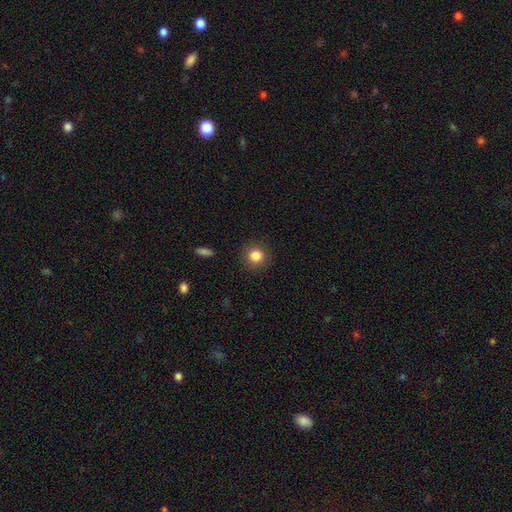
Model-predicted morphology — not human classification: Smooth or featured?
  - smooth: 84% *
  - star or artifact: 10%
  - featured or disk: 6%
How rounded?
  - round: 92% *
  - in between: 7%
  - cigar-shaped: 1%
Merging?
  - none: 89% *
  - minor disturbance: 7%
  - major disturbance: 3%
  - merger: 1%